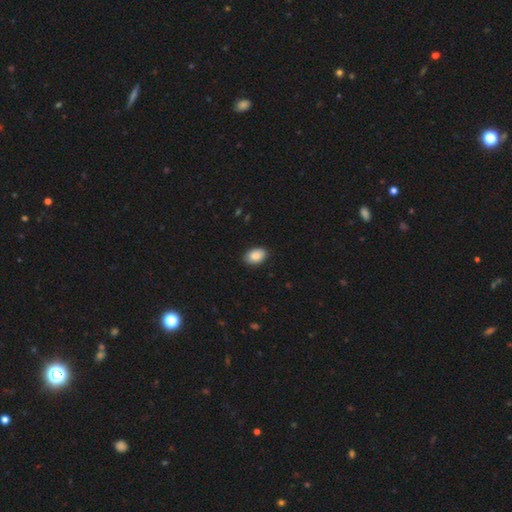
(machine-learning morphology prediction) This is clearly a smooth galaxy (89%). How rounded: clearly in between (89%). Merging: clearly none (88%).